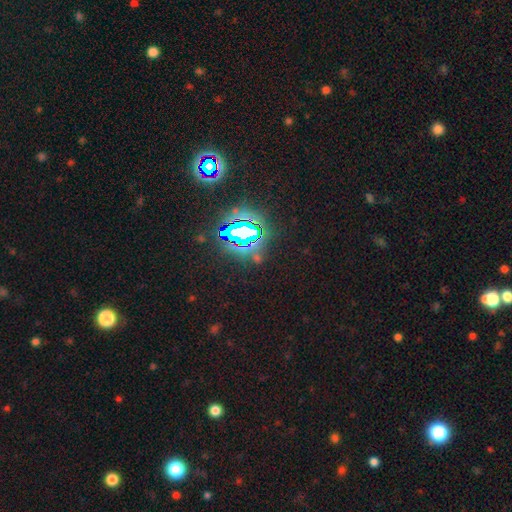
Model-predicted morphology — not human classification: smooth_or_featured: star or artifact (p=0.78) [alt: smooth p=0.13]